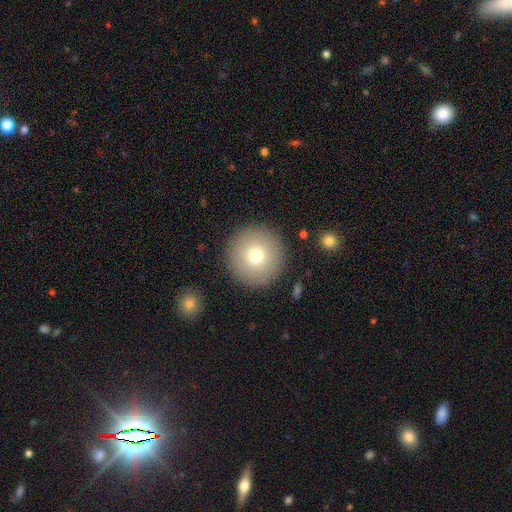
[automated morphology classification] Smooth or featured? Predicted: smooth (p=0.76). How rounded? Predicted: round (p=0.96). Merging? Predicted: none (p=0.90).